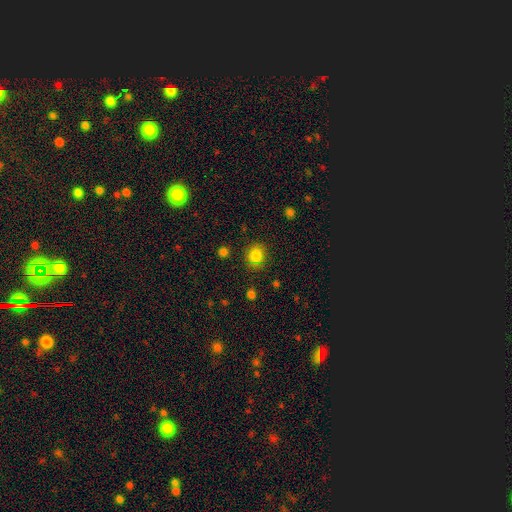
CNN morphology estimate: Smooth or featured: smooth — 83% (star or artifact — 12%)
How rounded: round — 79% (in between — 20%)
Merging: none — 83% (minor disturbance — 12%)